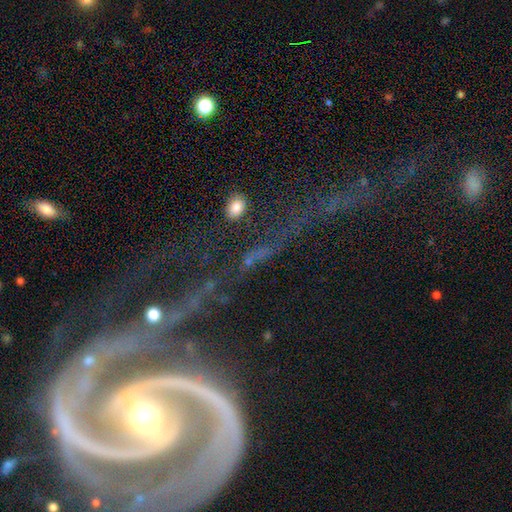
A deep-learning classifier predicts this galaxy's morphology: Overall: featured or disk (36%, tied with star or artifact). Merging: none (55%; major disturbance 18%).